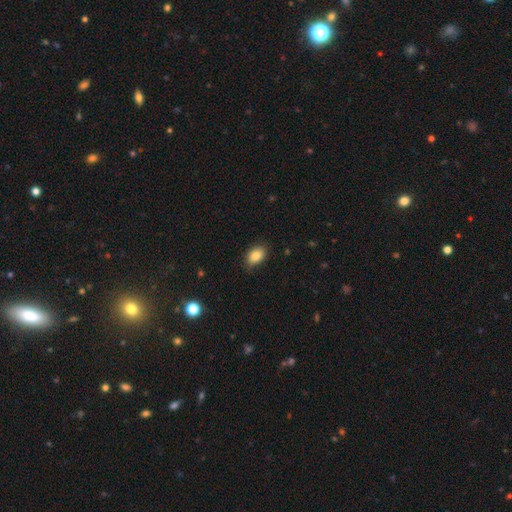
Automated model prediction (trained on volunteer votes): smooth_or_featured: smooth (p=0.85) [alt: star or artifact p=0.08]
how_rounded: in between (p=0.86) [alt: round p=0.13]
merging: none (p=0.81) [alt: minor disturbance p=0.15]